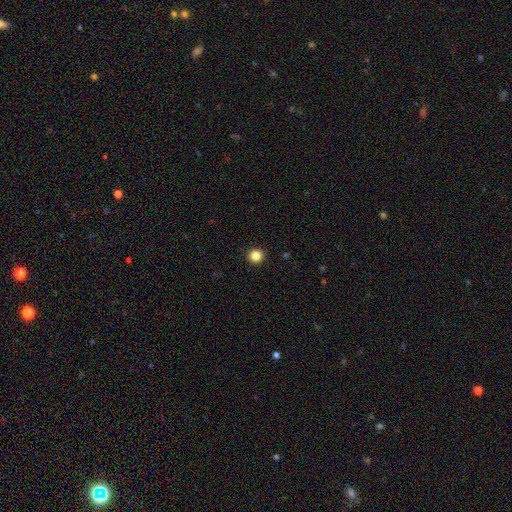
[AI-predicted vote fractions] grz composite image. It shows a smooth galaxy with no disk features (85%) that is round (96%). Merging: none (93%).